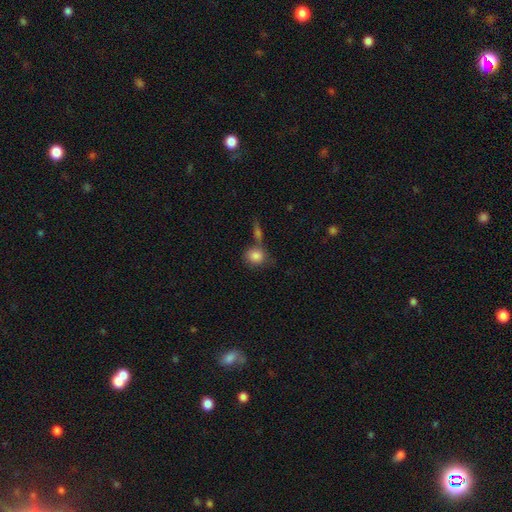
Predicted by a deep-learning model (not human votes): Overall: smooth (84%). How rounded: round (64%; in between 35%). Merging: none (52%; merger 28%).